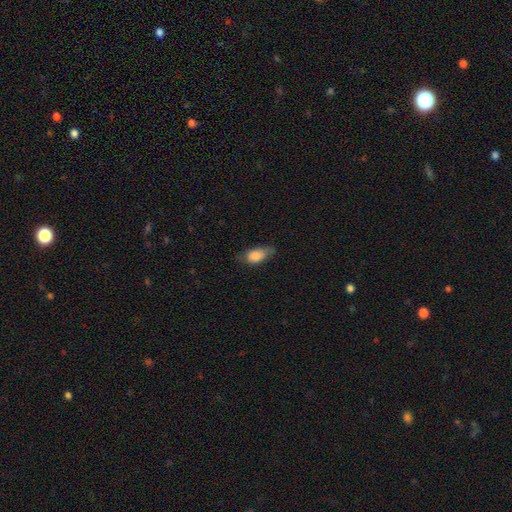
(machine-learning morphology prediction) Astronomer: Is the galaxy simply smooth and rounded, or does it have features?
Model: smooth — 83%.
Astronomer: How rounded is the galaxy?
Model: in between — 87%.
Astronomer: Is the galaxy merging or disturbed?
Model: none — 51% (runner-up: minor disturbance, 35%).